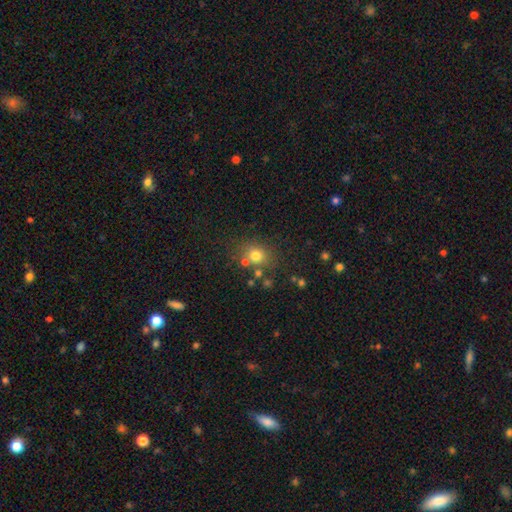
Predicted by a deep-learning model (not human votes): Smooth or featured? Predicted: smooth (p=0.74). How rounded? Predicted: round (p=0.72). Merging? Predicted: none (p=0.70).